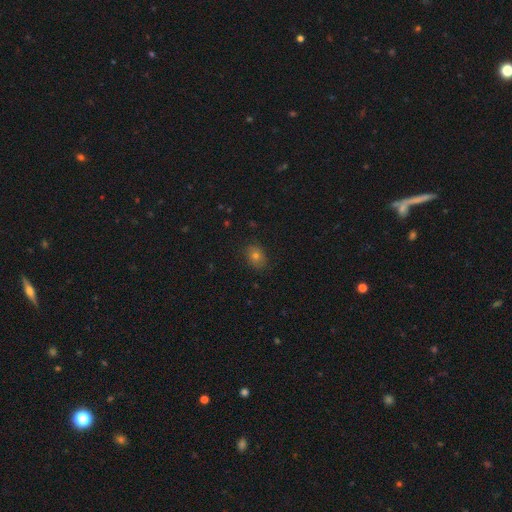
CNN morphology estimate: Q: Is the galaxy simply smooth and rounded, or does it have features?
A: smooth — 69%.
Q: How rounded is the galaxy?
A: in between — 55%.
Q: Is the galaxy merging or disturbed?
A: none — 84%.